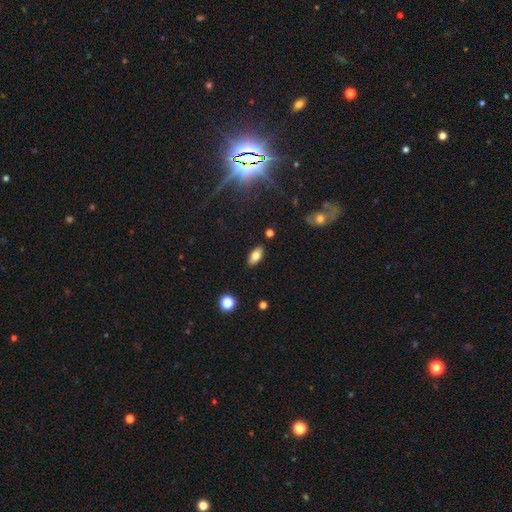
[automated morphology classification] A smooth galaxy with no disk features (76%) that is in between round and cigar-shaped (89%).

Vote fractions:
- Smooth or featured? smooth: 76% / featured or disk: 15% / star or artifact: 9%
- How rounded? in between: 89% / cigar-shaped: 8% / round: 3%
- Merging? none: 87% / minor disturbance: 9% / major disturbance: 2% / merger: 2%